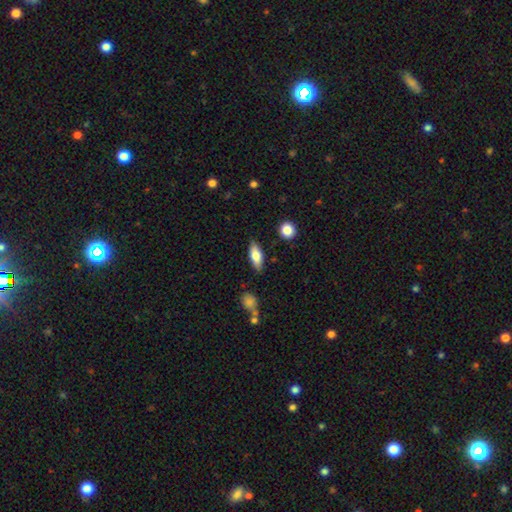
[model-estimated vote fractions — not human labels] smooth-or-featured: smooth: 74% | featured or disk: 20% | star or artifact: 7%
  how-rounded: in between: 77% | cigar-shaped: 20% | round: 3%
  merging: none: 82% | minor disturbance: 13% | merger: 3% | major disturbance: 3%